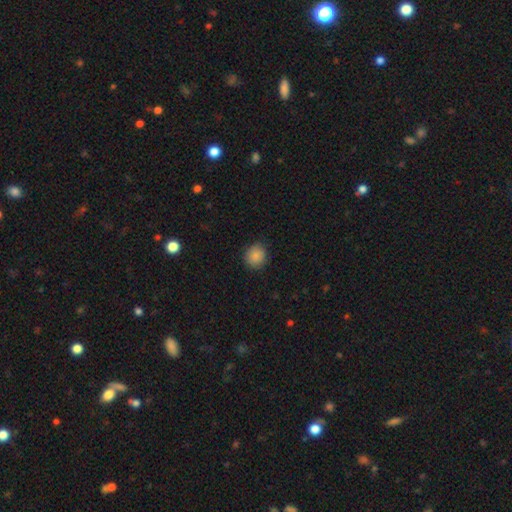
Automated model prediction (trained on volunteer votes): Smooth or featured? Predicted: smooth (p=0.87). How rounded? Predicted: round (p=0.83). Merging? Predicted: none (p=0.86).